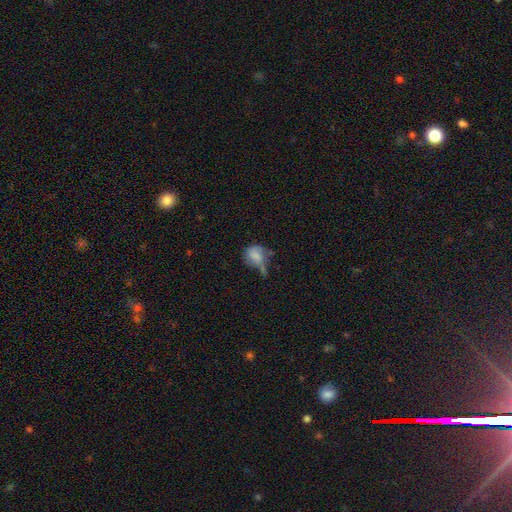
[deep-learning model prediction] smooth-or-featured: smooth: 65% | featured or disk: 24% | star or artifact: 11%
  how-rounded: round: 51% | in between: 47% | cigar-shaped: 2%
  merging: none: 28% (tied) | minor disturbance: 28% (tied) | major disturbance: 27% | merger: 17%